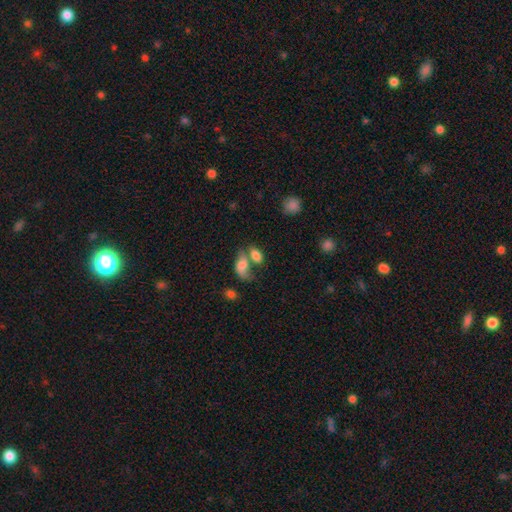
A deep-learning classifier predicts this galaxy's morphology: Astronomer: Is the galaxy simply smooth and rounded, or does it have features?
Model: smooth — 75%.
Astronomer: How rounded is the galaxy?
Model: in between — 87%.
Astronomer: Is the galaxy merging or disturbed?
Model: merger — 54%.